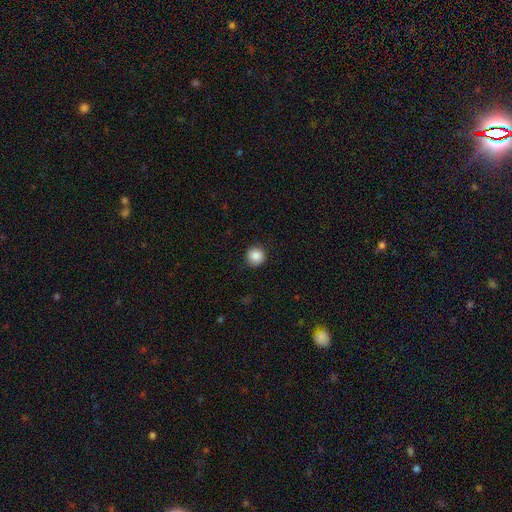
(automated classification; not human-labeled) Smooth or featured: smooth — 88% (star or artifact — 9%)
How rounded: round — 94% (in between — 5%)
Merging: none — 88% (minor disturbance — 9%)